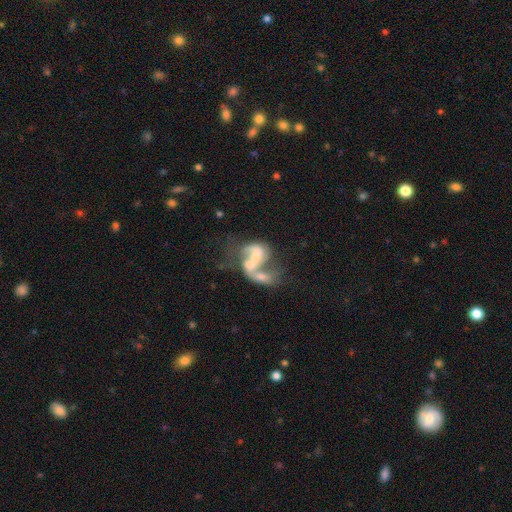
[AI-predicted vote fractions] Smooth or featured: featured or disk — 69% (smooth — 21%)
Edge-on disk: no — 97% (yes — 3%)
Bar: no — 60% (weak — 28%)
Spiral arms: yes — 60% (no — 40%)
Bulge size: moderate — 32% (none — 29%)
Merging: merger — 65% (major disturbance — 17%)